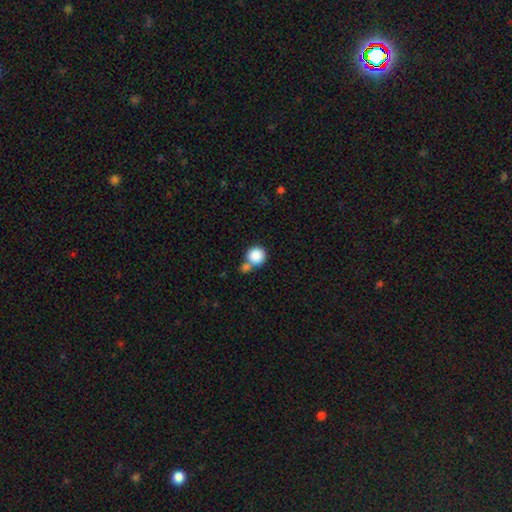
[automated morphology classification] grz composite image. It shows a smooth galaxy with no disk features (86%) that is round (93%). Merging: none (48%).